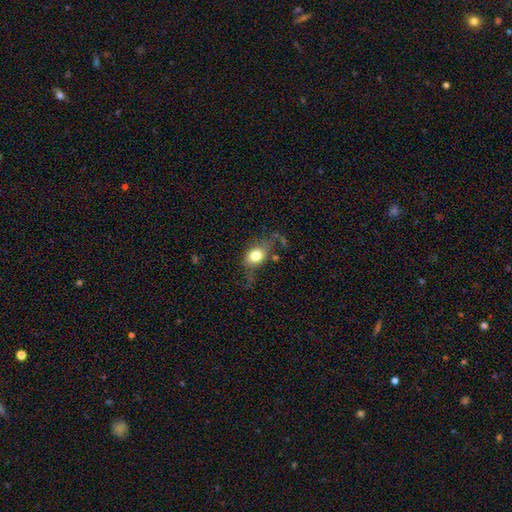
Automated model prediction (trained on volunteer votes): This appears to be a smooth galaxy with no disk features (72%) that is in between round and cigar-shaped (61%). Merging: none (47%).